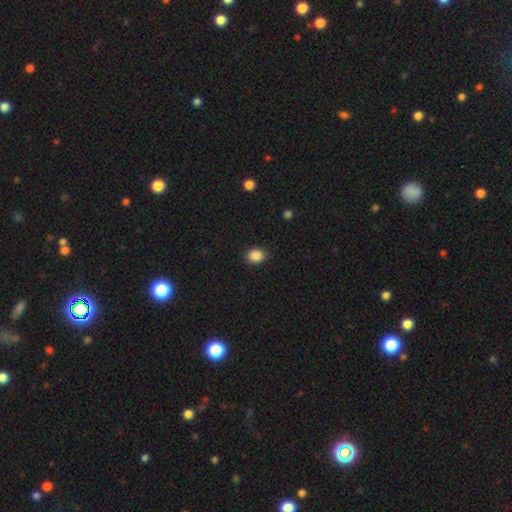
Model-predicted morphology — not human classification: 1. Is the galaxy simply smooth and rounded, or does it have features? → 87% smooth, 10% star or artifact, 3% featured or disk.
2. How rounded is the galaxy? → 60% round, 39% in between, 1% cigar-shaped.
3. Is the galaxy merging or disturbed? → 90% none, 7% minor disturbance, 2% major disturbance, 1% merger.